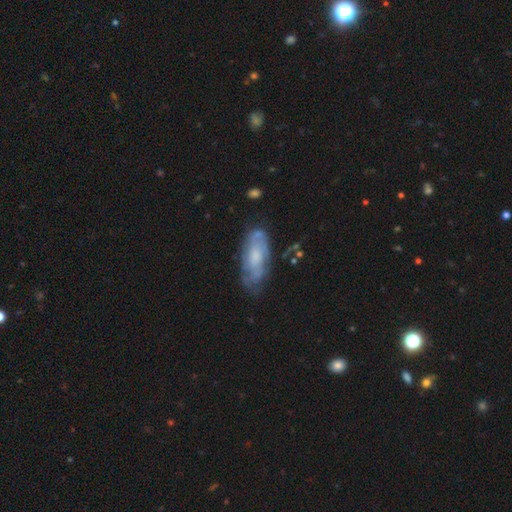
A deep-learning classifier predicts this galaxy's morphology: smooth_or_featured: featured or disk (p=0.58) [alt: smooth p=0.35]
disk_edge_on: no (p=0.85) [alt: yes p=0.15]
merging: none (p=0.65) [alt: minor disturbance p=0.23]